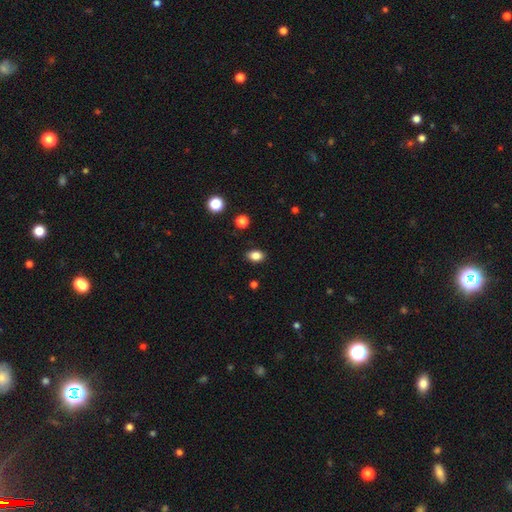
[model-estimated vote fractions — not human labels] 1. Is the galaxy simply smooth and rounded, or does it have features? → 84% smooth, 10% star or artifact, 5% featured or disk.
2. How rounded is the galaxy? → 79% in between, 20% round, 1% cigar-shaped.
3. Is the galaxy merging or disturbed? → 88% none, 9% minor disturbance, 2% major disturbance, 1% merger.